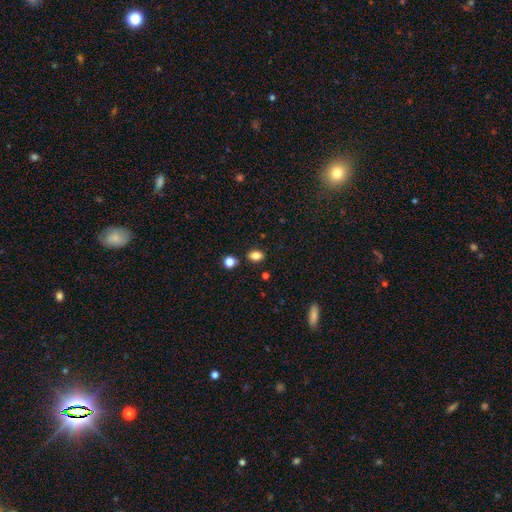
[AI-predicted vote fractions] The model was most divided on "how rounded": in between: 78%, round: 20%, cigar-shaped: 2%. More confident: smooth or featured — smooth (83%); merging — none (83%).